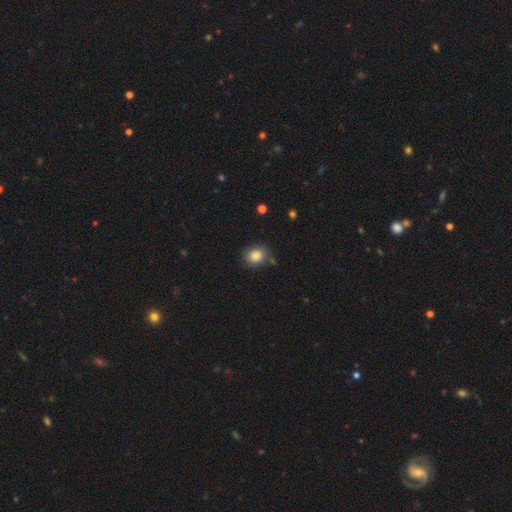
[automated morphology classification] This is clearly a smooth galaxy (85%). How rounded: possibly round (60%). Merging: likely none (78%).